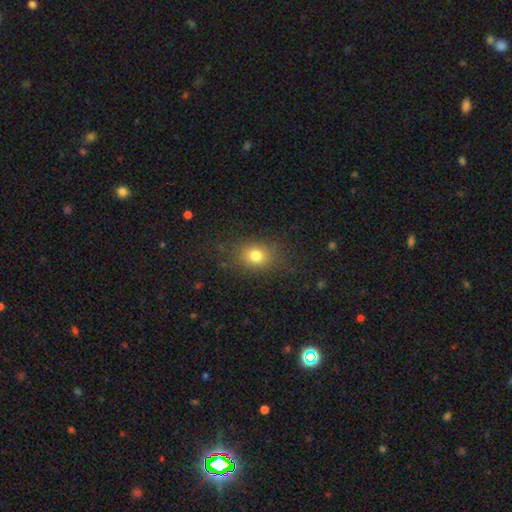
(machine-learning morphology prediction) This is likely a smooth galaxy (77%). How rounded: possibly round (52%). Merging: clearly none (81%).